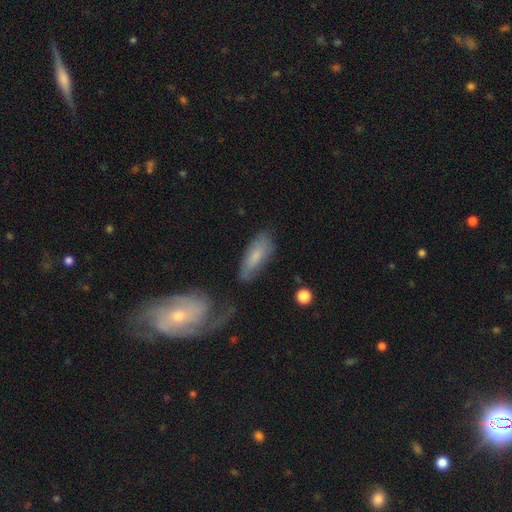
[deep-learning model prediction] The model was most divided on "smooth or featured": smooth: 62%, featured or disk: 30%, star or artifact: 7%. More confident: how rounded — in between (70%); merging — none (58%).